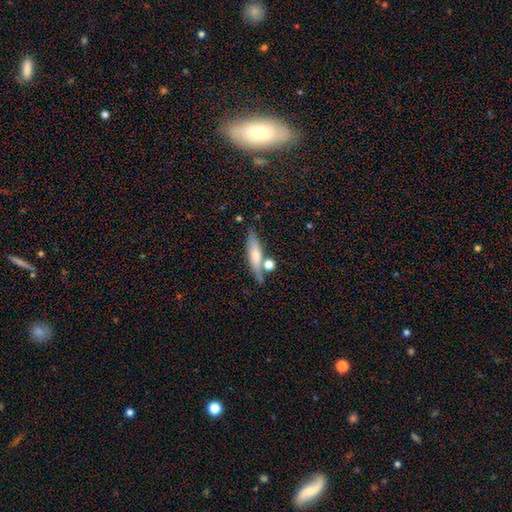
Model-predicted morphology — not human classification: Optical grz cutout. It shows a smooth galaxy with no disk features (59%) that is cigar-shaped (64%). Merging: none (64%).